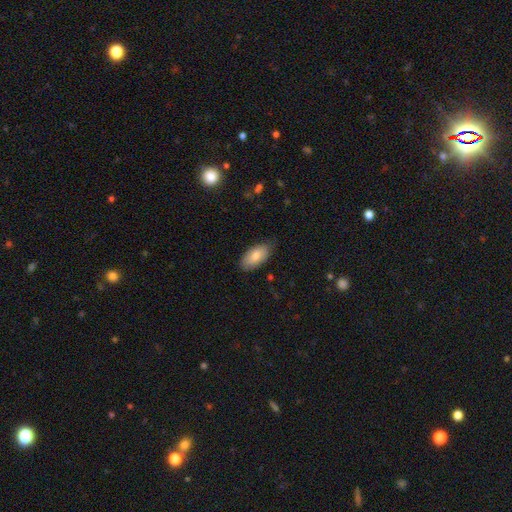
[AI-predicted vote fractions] This is likely a smooth galaxy (79%). How rounded: clearly in between (93%). Merging: likely none (78%).